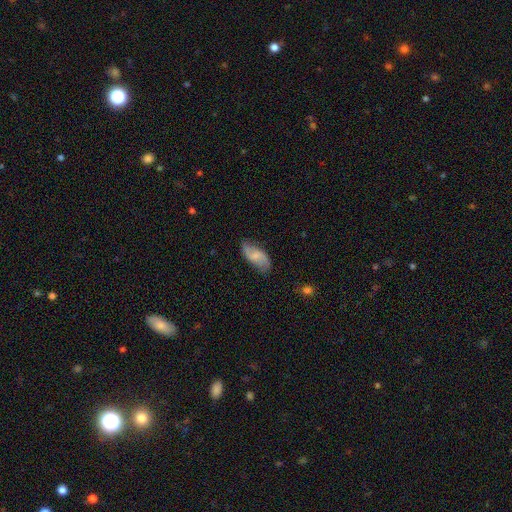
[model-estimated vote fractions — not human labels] A featured or disk galaxy (47%). Merging: none (72%).